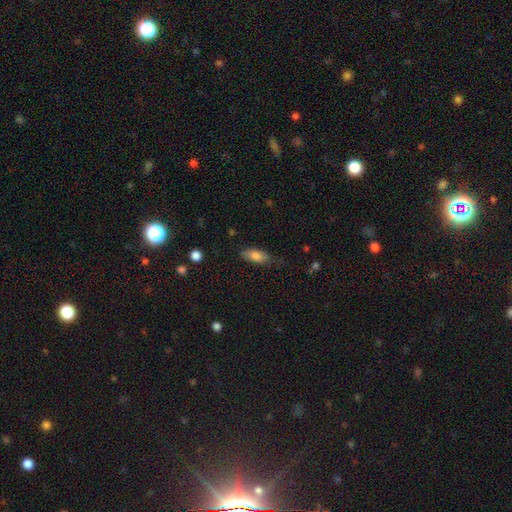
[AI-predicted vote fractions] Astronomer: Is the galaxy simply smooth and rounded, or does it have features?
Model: smooth — 80%.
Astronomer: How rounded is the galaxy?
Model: in between — 80%.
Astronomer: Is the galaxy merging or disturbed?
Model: none — 69%.